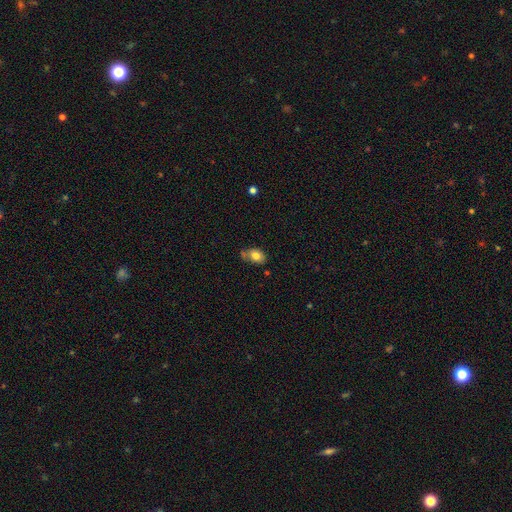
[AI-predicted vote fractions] smooth-or-featured: smooth: 79% | featured or disk: 12% | star or artifact: 9%
  how-rounded: in between: 79% | round: 20% | cigar-shaped: 1%
  merging: none: 58% | minor disturbance: 25% | merger: 11% | major disturbance: 6%